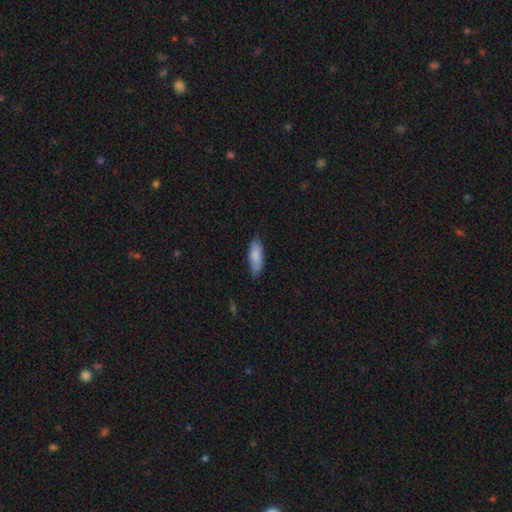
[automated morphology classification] The model was most divided on "how rounded": in between: 65%, cigar-shaped: 33%, round: 2%. More confident: smooth or featured — smooth (83%); merging — none (71%).